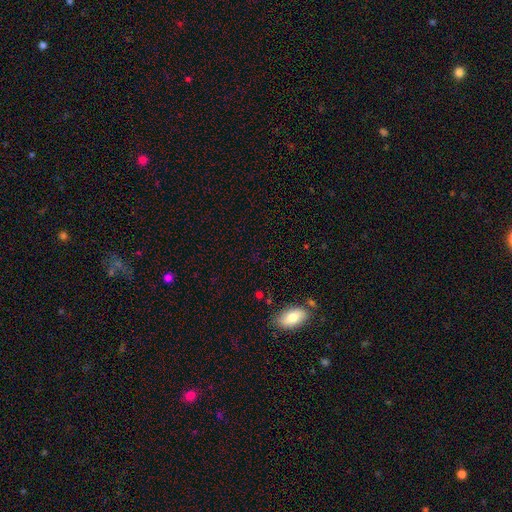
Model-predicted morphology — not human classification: Q: Smooth or featured?
A: star or artifact (50%); runner-up: smooth (40%)